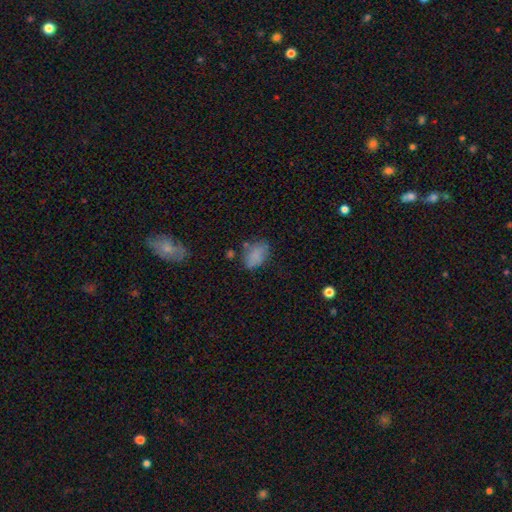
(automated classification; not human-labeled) smooth_or_featured: smooth (p=0.81) [alt: star or artifact p=0.10]
how_rounded: in between (p=0.85) [alt: round p=0.14]
merging: none (p=0.62) [alt: minor disturbance p=0.24]